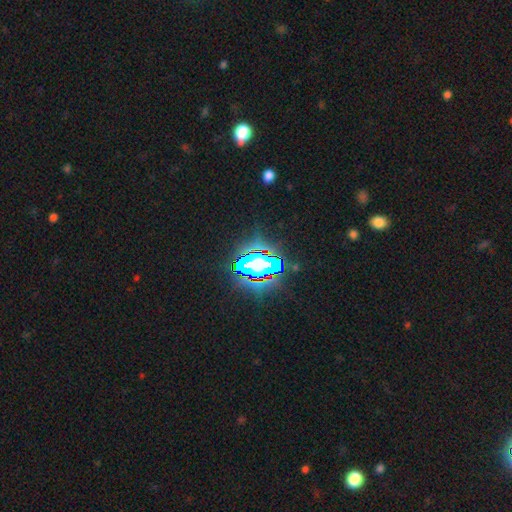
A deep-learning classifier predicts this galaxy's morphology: A star or artifact, not a galaxy (67%).

Vote fractions:
- Smooth or featured? star or artifact: 67% / smooth: 18% / featured or disk: 16%